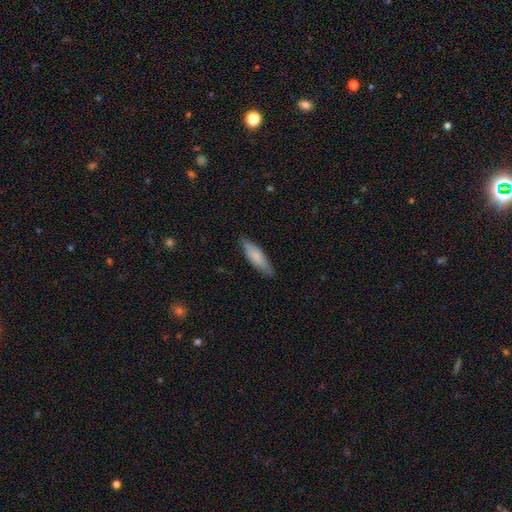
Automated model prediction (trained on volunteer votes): Smooth or featured: smooth — 76% (featured or disk — 19%)
How rounded: cigar-shaped — 57% (in between — 41%)
Merging: none — 84% (minor disturbance — 13%)